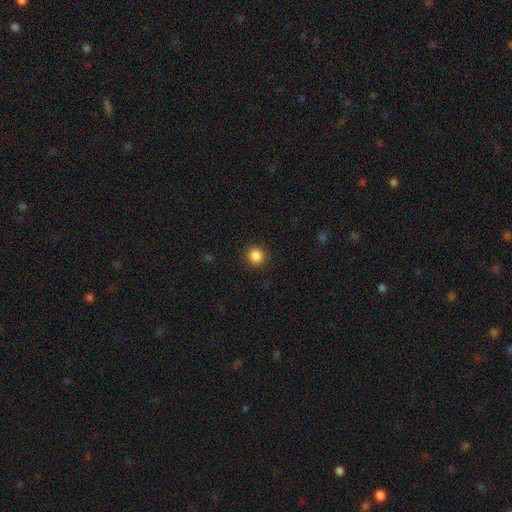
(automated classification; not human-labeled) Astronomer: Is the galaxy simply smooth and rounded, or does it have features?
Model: smooth — 87%.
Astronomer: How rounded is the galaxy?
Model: round — 91%.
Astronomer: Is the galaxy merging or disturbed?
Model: none — 91%.